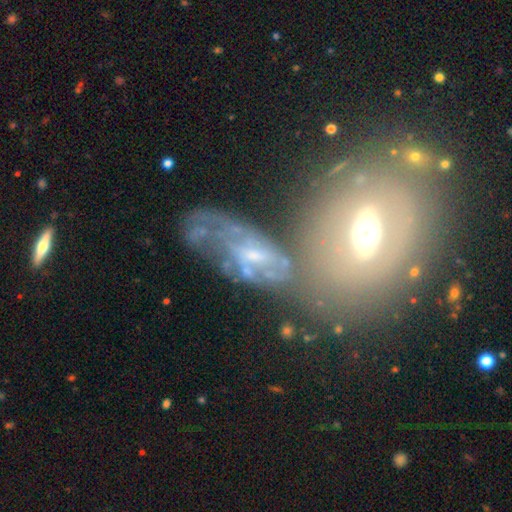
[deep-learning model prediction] Smooth or featured? Predicted: featured or disk (p=0.70). Edge-on disk? Predicted: no (p=0.90). Bar? Predicted: no (p=0.48). Spiral arms? Predicted: yes (p=0.61). Bulge size? Predicted: small (p=0.40). Merging? Predicted: none (p=0.35).